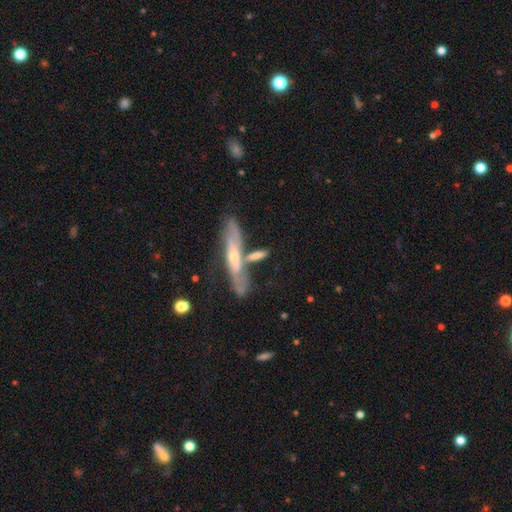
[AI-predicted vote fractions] Smooth or featured?
  - smooth: 47% *
  - featured or disk: 46%
  - star or artifact: 7%
Merging?
  - none: 42% *
  - merger: 35%
  - minor disturbance: 16%
  - major disturbance: 7%